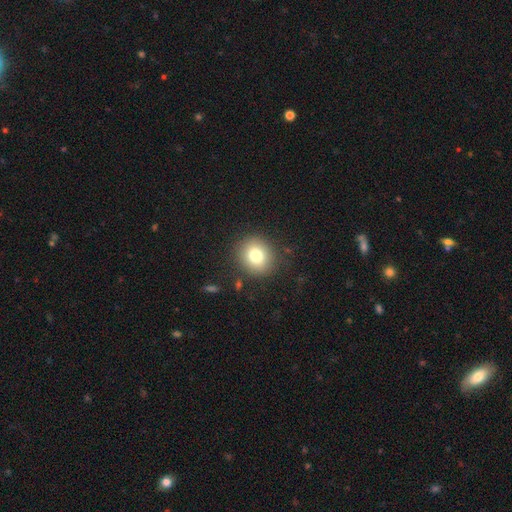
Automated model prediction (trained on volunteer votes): Morphology: type=smooth (79%); roundness=round (80%); merging=none (87%).